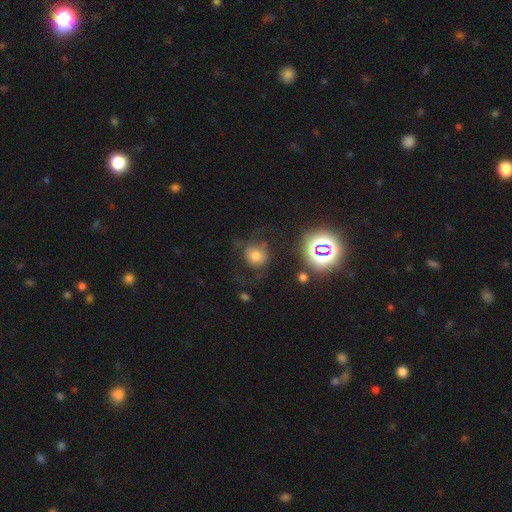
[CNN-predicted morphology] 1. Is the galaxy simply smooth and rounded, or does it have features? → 58% smooth, 22% featured or disk, 20% star or artifact.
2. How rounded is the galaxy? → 85% round, 14% in between, 1% cigar-shaped.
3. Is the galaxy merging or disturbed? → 54% none, 23% major disturbance, 19% minor disturbance, 4% merger.